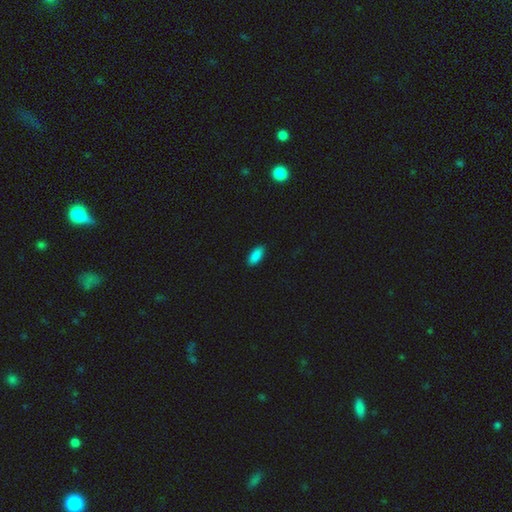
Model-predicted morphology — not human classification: The model was most divided on "how rounded": in between: 88%, cigar-shaped: 10%, round: 2%. More confident: smooth or featured — smooth (89%); merging — none (89%).